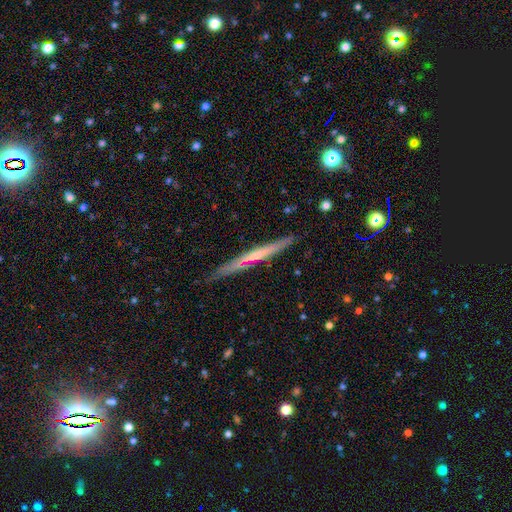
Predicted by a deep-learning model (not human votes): The model was most divided on "smooth or featured": featured or disk: 58%, smooth: 36%, star or artifact: 6%. More confident: edge-on disk — yes (95%); merging — none (82%); edge-on bulge — none (74%).